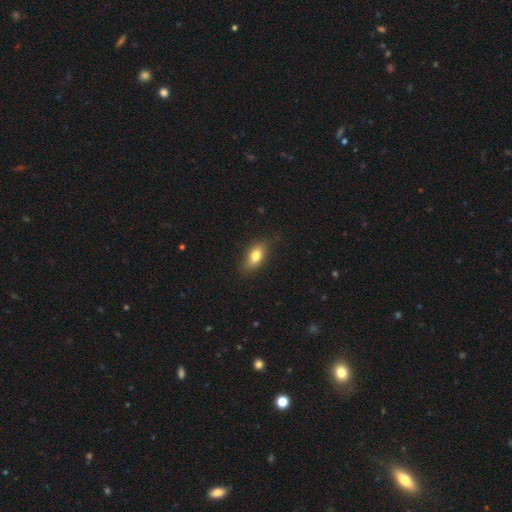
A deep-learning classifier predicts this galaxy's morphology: Q: Smooth or featured?
A: smooth (76%); runner-up: featured or disk (16%)
Q: How rounded?
A: in between (83%); runner-up: cigar-shaped (10%)
Q: Merging?
A: none (80%); runner-up: minor disturbance (16%)